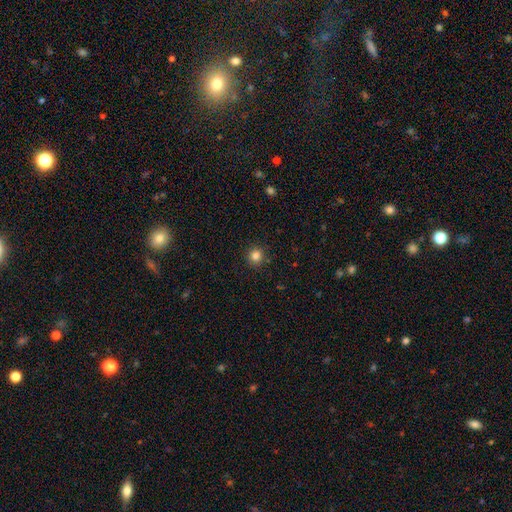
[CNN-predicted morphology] type=smooth (82%); roundness=round (92%); merging=none (90%).